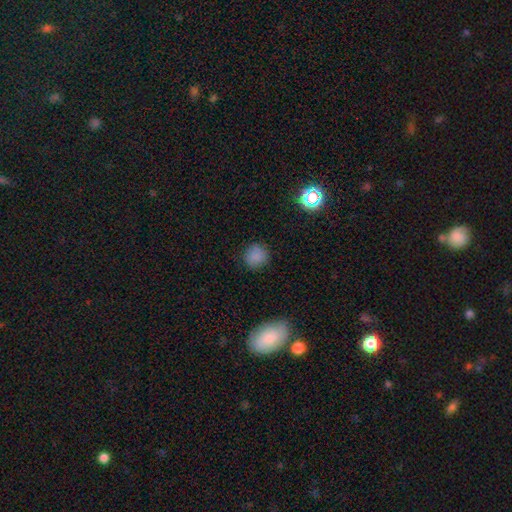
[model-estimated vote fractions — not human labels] Morphology: type=smooth (82%); roundness=round (89%); merging=none (86%).